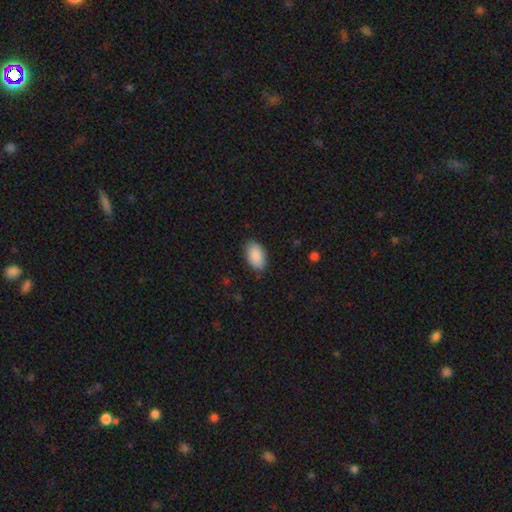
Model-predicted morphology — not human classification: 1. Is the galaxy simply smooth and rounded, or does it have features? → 89% smooth, 6% star or artifact, 5% featured or disk.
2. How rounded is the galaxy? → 94% in between, 5% round, 1% cigar-shaped.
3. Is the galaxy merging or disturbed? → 84% none, 12% minor disturbance, 3% major disturbance, 1% merger.